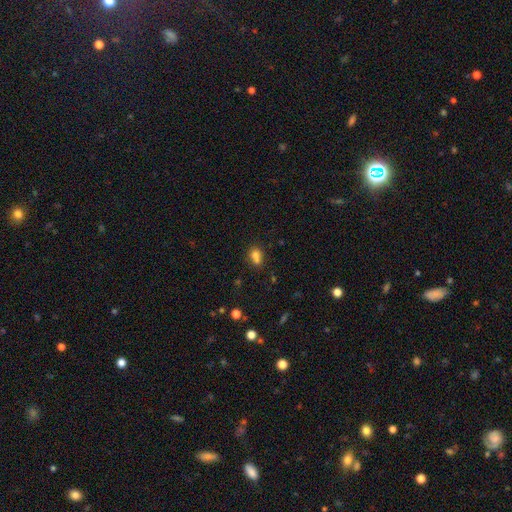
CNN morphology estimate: Smooth or featured: smooth — 74% (star or artifact — 14%)
How rounded: in between — 49% (tied with round — 49%)
Merging: merger — 42% (none — 40%)